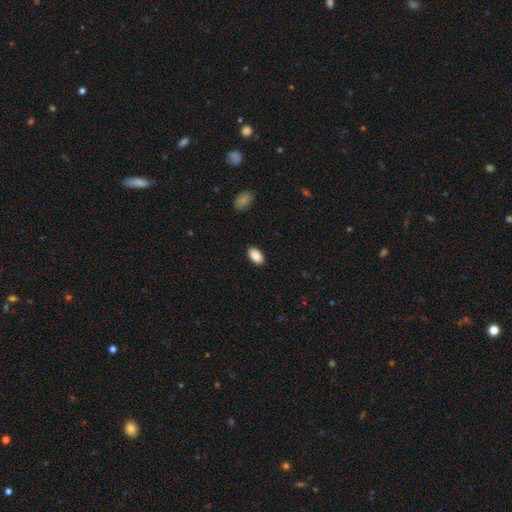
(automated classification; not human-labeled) A smooth galaxy with no disk features (89%) that is in between round and cigar-shaped (94%).

Vote fractions:
- Smooth or featured? smooth: 89% / star or artifact: 7% / featured or disk: 4%
- How rounded? in between: 94% / round: 4% / cigar-shaped: 2%
- Merging? none: 89% / minor disturbance: 8% / major disturbance: 2% / merger: 1%